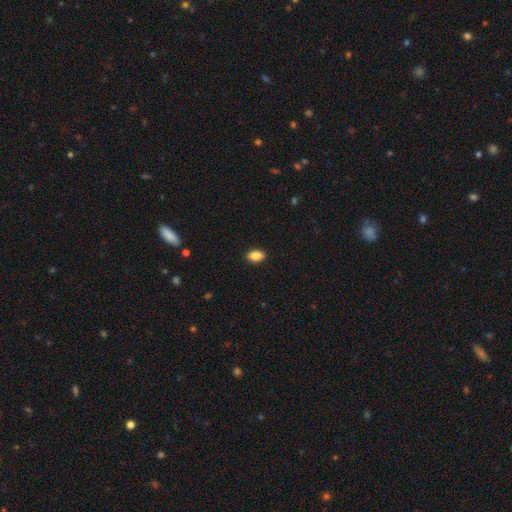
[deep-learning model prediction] A smooth galaxy with no disk features (86%) that is in between round and cigar-shaped (89%).

Vote fractions:
- Smooth or featured? smooth: 86% / star or artifact: 8% / featured or disk: 5%
- How rounded? in between: 89% / round: 9% / cigar-shaped: 3%
- Merging? none: 90% / minor disturbance: 7% / major disturbance: 2% / merger: 1%